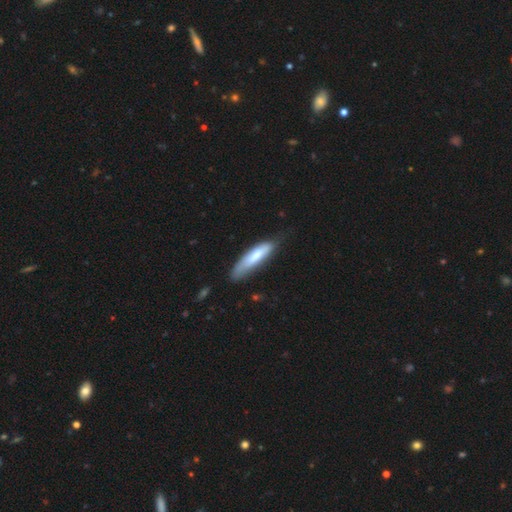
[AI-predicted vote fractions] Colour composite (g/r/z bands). It shows a smooth galaxy with no disk features (69%) that is cigar-shaped (70%). Merging: none (58%).